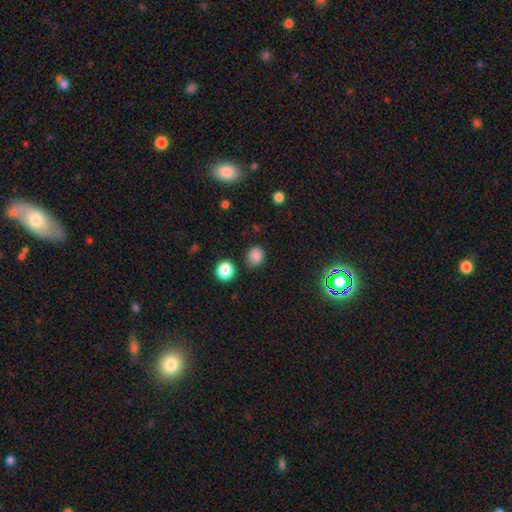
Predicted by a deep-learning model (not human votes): Q: Smooth or featured?
A: smooth (83%); runner-up: star or artifact (13%)
Q: How rounded?
A: round (67%); runner-up: in between (32%)
Q: Merging?
A: none (81%); runner-up: minor disturbance (12%)